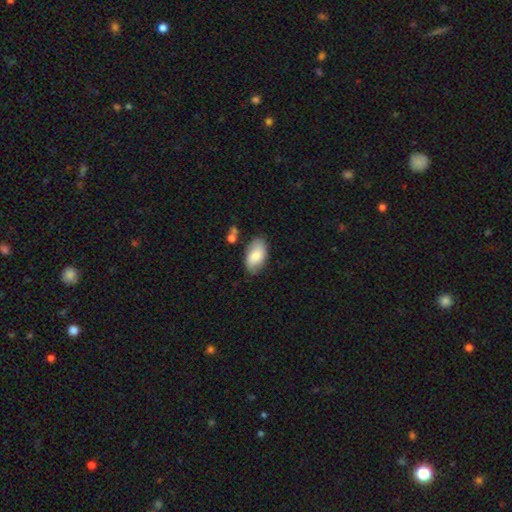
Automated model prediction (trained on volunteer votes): The model was most divided on "merging": none: 76%, minor disturbance: 16%, major disturbance: 4%, merger: 4%. More confident: how rounded — in between (94%); smooth or featured — smooth (79%).